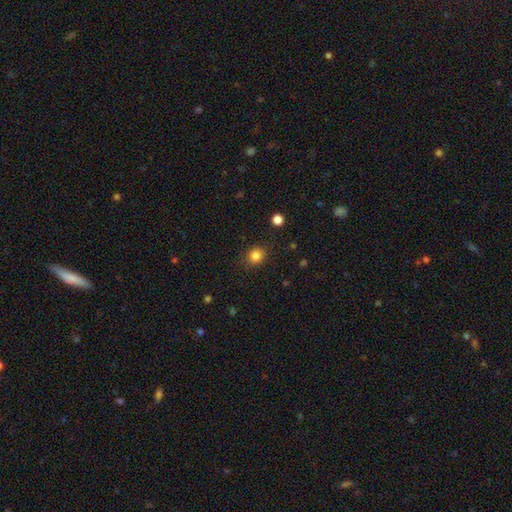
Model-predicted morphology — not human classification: smooth 83%, star or artifact 12%, featured or disk 4%. Down the decision tree: how rounded — round (82%); merging — none (86%).